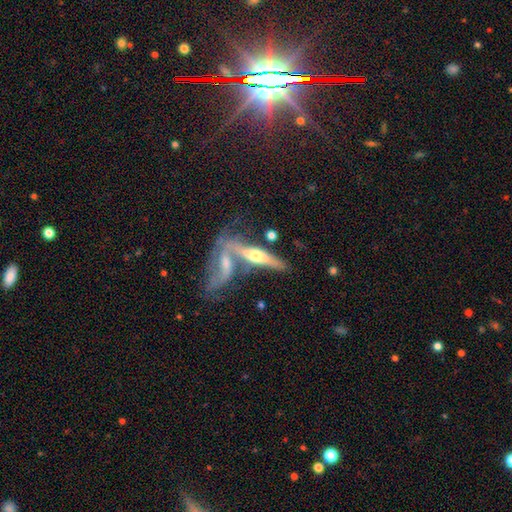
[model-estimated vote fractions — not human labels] smooth_or_featured: featured or disk (p=0.69) [alt: smooth p=0.25]
disk_edge_on: yes (p=0.79) [alt: no p=0.21]
edge_on_bulge: rounded (p=0.91) [alt: none p=0.05]
merging: merger (p=0.47) [alt: none p=0.36]